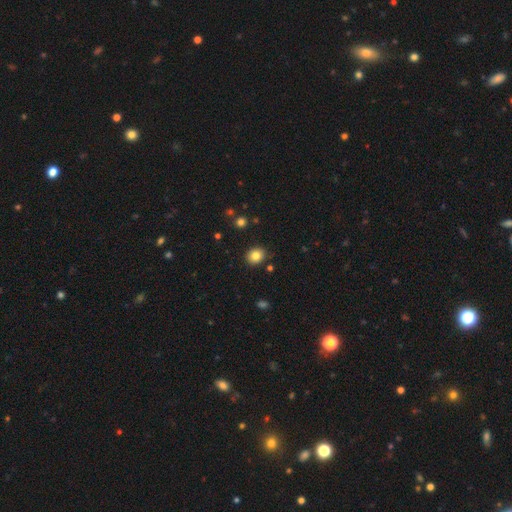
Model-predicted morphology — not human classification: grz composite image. It shows a smooth galaxy with no disk features (83%) that is round (67%). Merging: none (87%).